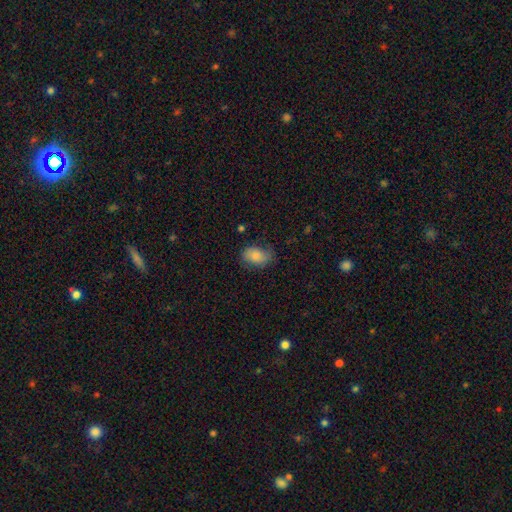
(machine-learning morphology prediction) This is likely a smooth galaxy (79%). How rounded: clearly in between (84%). Merging: likely none (66%).